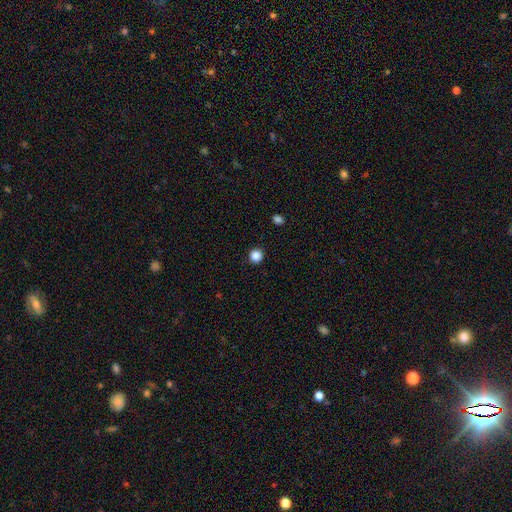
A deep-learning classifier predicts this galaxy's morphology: Q: Smooth or featured?
A: smooth (86%); runner-up: star or artifact (11%)
Q: How rounded?
A: round (95%); runner-up: in between (4%)
Q: Merging?
A: none (93%); runner-up: minor disturbance (5%)